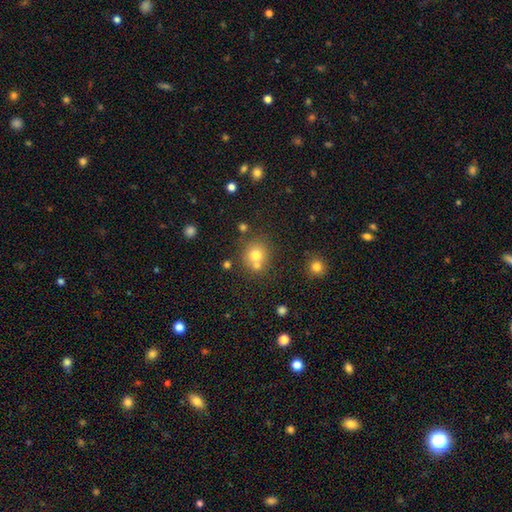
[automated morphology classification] Smooth or featured? smooth (73%)
How rounded? round (87%)
Merging? none (63%)